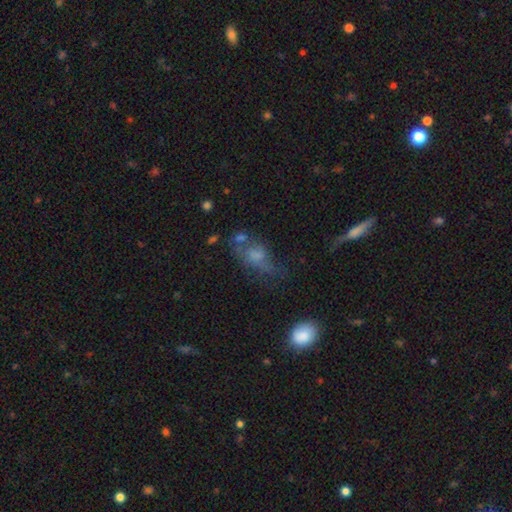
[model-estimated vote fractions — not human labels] Q: Smooth or featured?
A: smooth (46%); runner-up: featured or disk (35%)
Q: Merging?
A: none (37%); runner-up: major disturbance (26%)